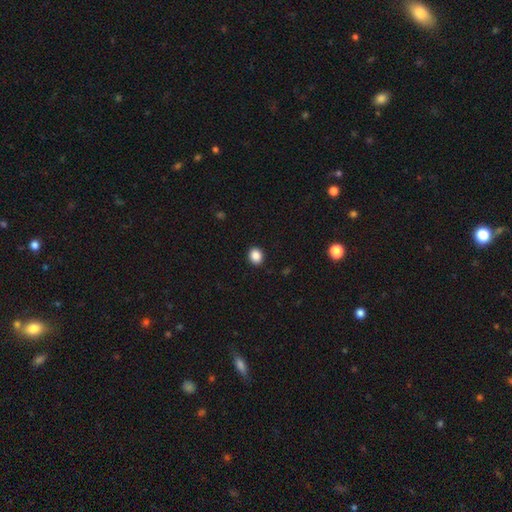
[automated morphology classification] Smooth or featured? Predicted: smooth (p=0.87). How rounded? Predicted: round (p=0.64). Merging? Predicted: none (p=0.92).